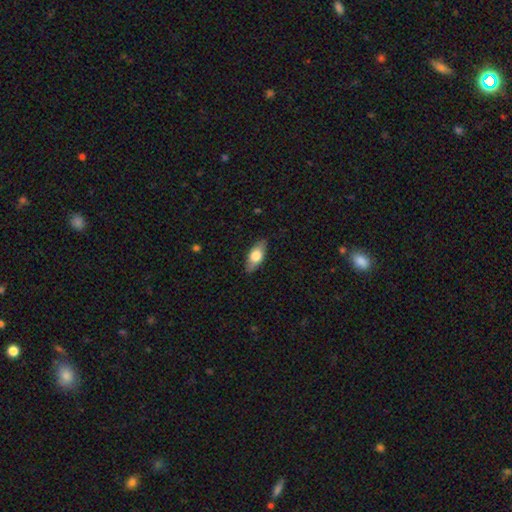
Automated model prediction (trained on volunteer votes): Overall: smooth (65%; featured or disk 29%). How rounded: in between (82%). Merging: none (85%).